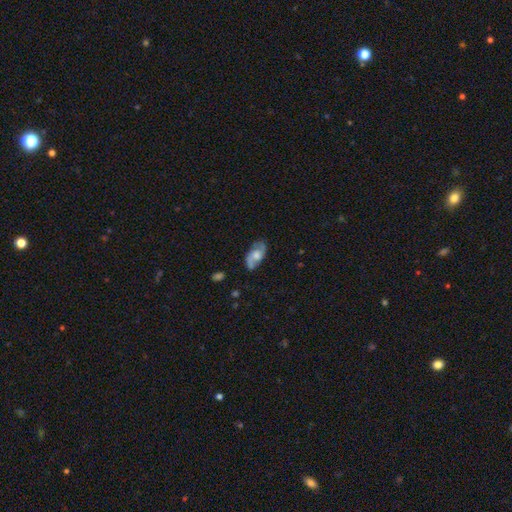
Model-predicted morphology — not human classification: This appears to be a featured or disk galaxy (64%) with no bar (64%), 2 (85%) medium (46%) spiral arms (87%) and a moderate central bulge (47%). Merging: none (75%).